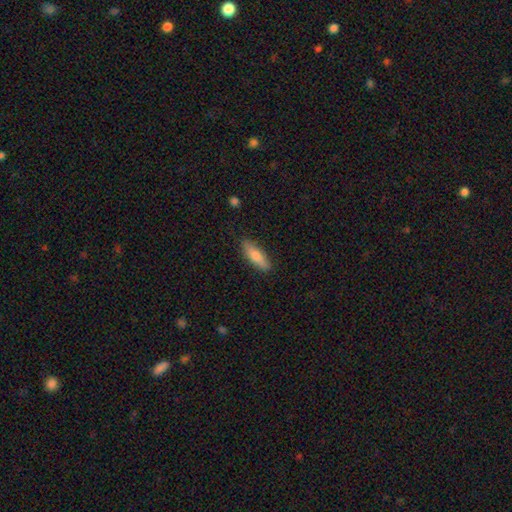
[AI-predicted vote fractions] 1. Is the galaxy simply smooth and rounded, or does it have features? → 77% smooth, 17% featured or disk, 6% star or artifact.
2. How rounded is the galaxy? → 53% cigar-shaped, 45% in between, 2% round.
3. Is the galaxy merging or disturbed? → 86% none, 10% minor disturbance, 2% major disturbance, 1% merger.